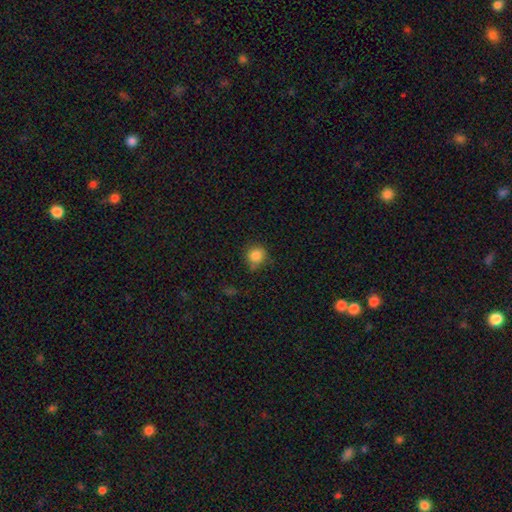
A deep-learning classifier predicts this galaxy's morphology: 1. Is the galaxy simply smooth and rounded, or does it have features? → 84% smooth, 11% star or artifact, 6% featured or disk.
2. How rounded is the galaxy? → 81% round, 18% in between, 1% cigar-shaped.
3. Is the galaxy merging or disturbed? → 67% none, 25% minor disturbance, 5% major disturbance, 2% merger.